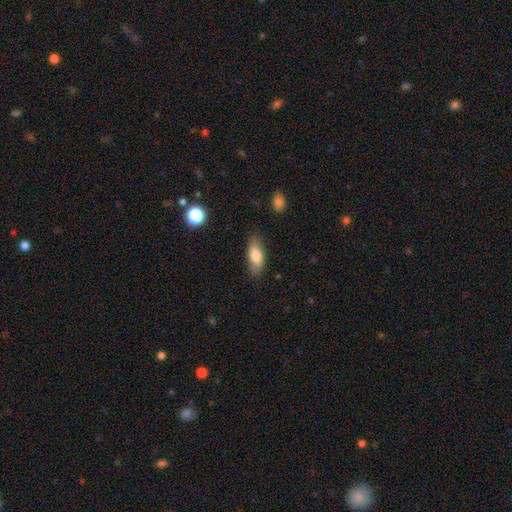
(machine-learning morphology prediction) Q: Smooth or featured?
A: smooth (78%); runner-up: featured or disk (15%)
Q: How rounded?
A: in between (79%); runner-up: cigar-shaped (18%)
Q: Merging?
A: none (80%); runner-up: minor disturbance (15%)